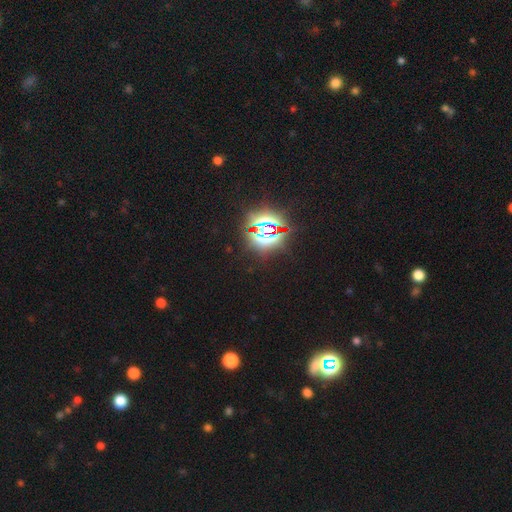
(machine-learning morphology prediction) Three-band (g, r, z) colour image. It shows a star or artifact, not a galaxy (83%).